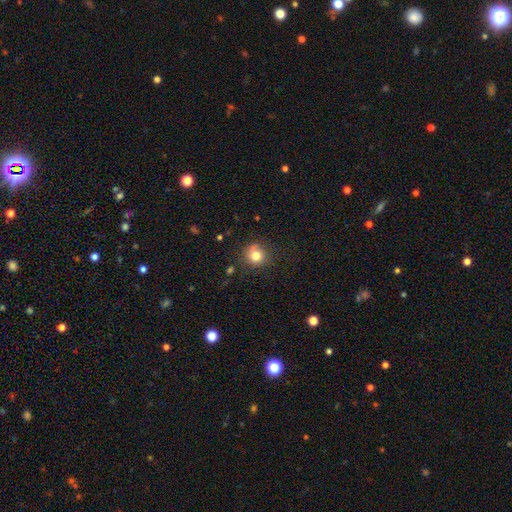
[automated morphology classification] type=smooth (79%); roundness=round (91%); merging=none (78%).